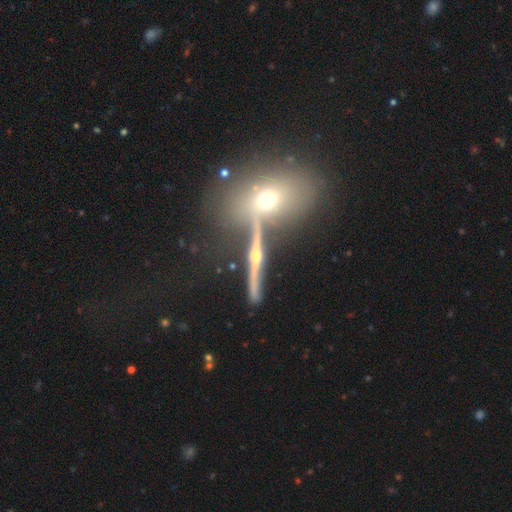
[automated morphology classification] Smooth or featured? Predicted: featured or disk (p=0.76). Edge-on disk? Predicted: yes (p=0.92). Edge-on bulge? Predicted: rounded (p=0.92). Merging? Predicted: none (p=0.70).